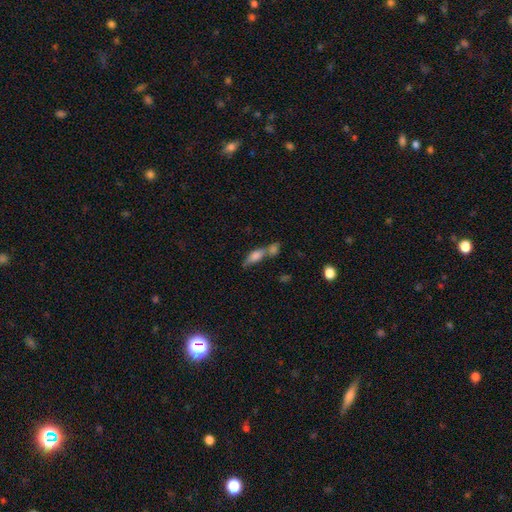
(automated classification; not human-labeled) The model was most divided on "how rounded": in between: 61%, cigar-shaped: 33%, round: 6%. More confident: smooth or featured — smooth (68%); merging — merger (59%).